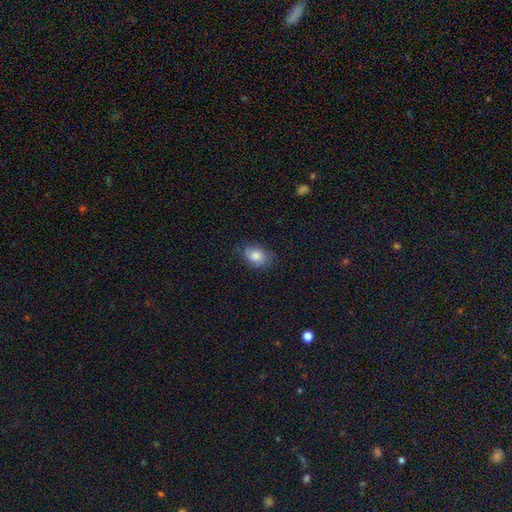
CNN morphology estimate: smooth-or-featured: smooth: 80% | featured or disk: 11% | star or artifact: 9%
  how-rounded: in between: 71% | round: 28% | cigar-shaped: 1%
  merging: none: 73% | minor disturbance: 21% | major disturbance: 4% | merger: 1%